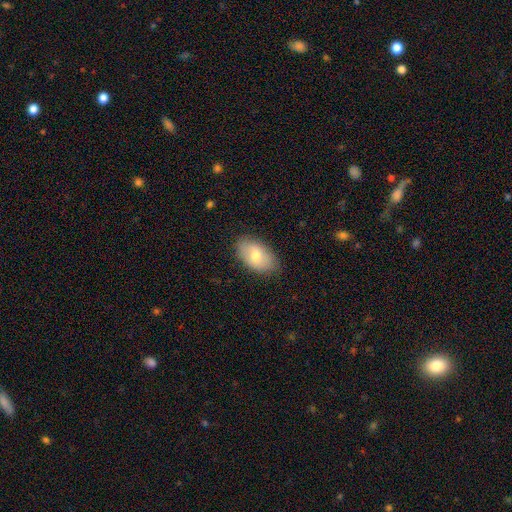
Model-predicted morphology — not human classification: type=smooth (70%); roundness=in between (93%); merging=none (83%).